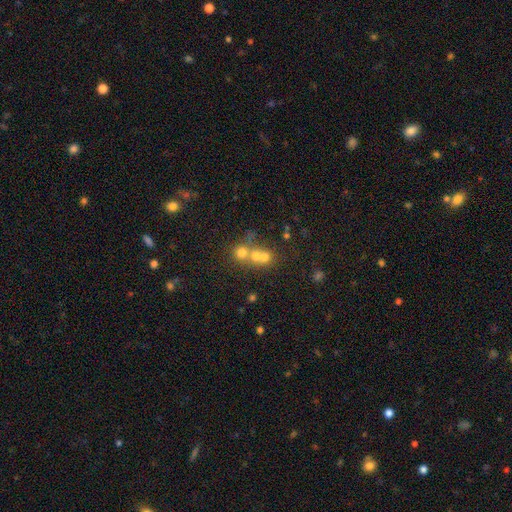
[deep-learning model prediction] smooth_or_featured: smooth (p=0.53) [alt: star or artifact p=0.26]
how_rounded: round (p=0.80) [alt: in between p=0.18]
merging: merger (p=0.53) [alt: none p=0.37]